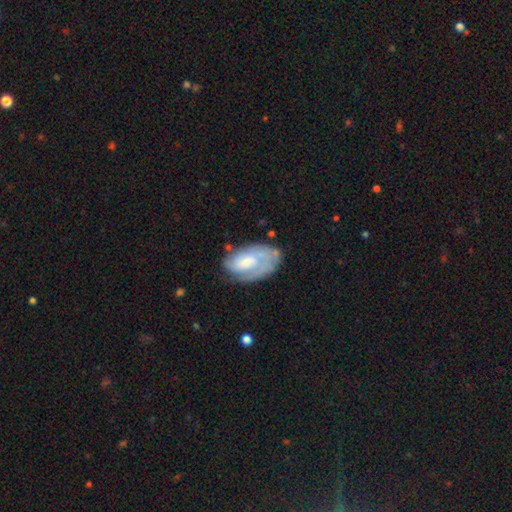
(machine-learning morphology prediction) A featured or disk galaxy (59%) with no bar (54%), spiral arms (75%) and a moderate central bulge (42%). Merging: none (56%).